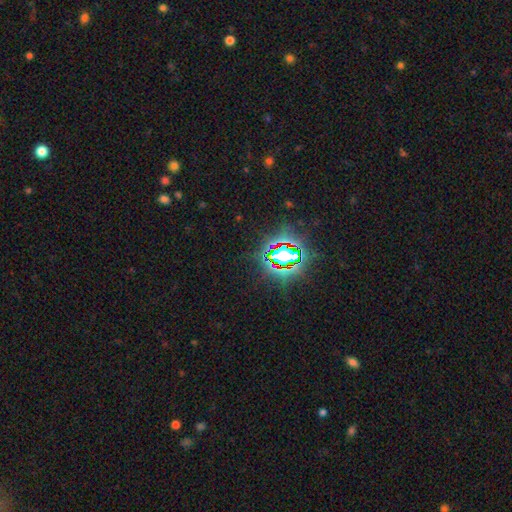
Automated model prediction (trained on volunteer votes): Overall: star or artifact (83%).